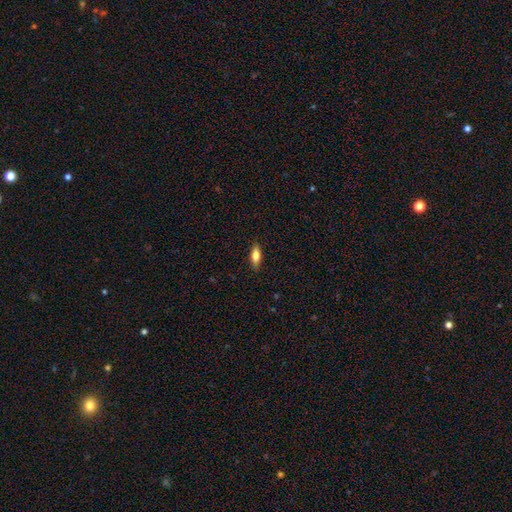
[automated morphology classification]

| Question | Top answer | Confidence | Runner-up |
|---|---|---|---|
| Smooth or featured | smooth | 74% | featured or disk (20%) |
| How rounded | in between | 73% | cigar-shaped (25%) |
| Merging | none | 88% | minor disturbance (9%) |